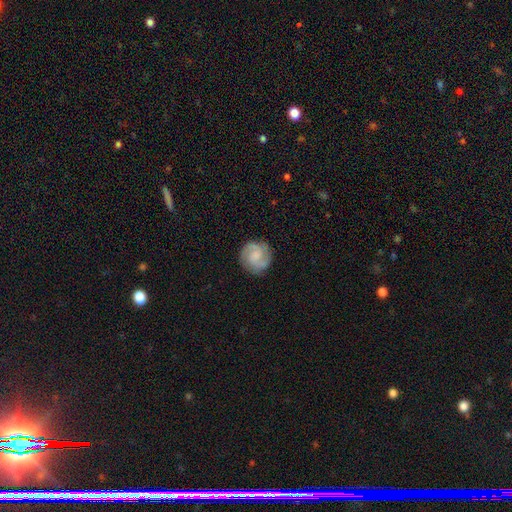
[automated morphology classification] Smooth or featured: featured or disk — 66% (smooth — 27%)
Edge-on disk: no — 98% (yes — 2%)
Bar: no — 55% (weak — 38%)
Spiral arms: yes — 94% (no — 6%)
Spiral winding: medium — 45% (tight — 43%)
Spiral arm count: 2 — 64% (3 — 16%)
Bulge size: none — 32% (small — 29%)
Merging: none — 82% (minor disturbance — 13%)